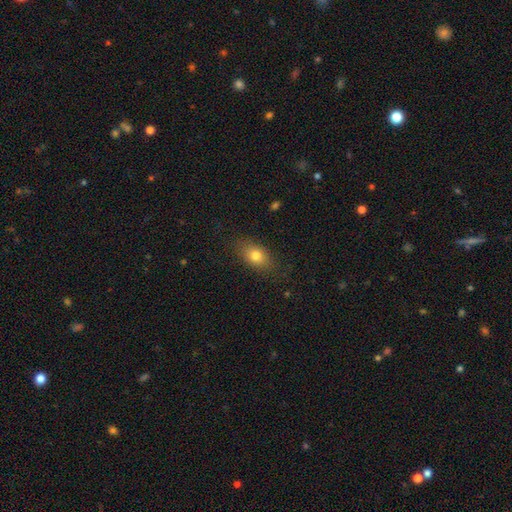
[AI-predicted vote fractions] Smooth or featured? smooth (78%)
How rounded? in between (79%)
Merging? none (81%)